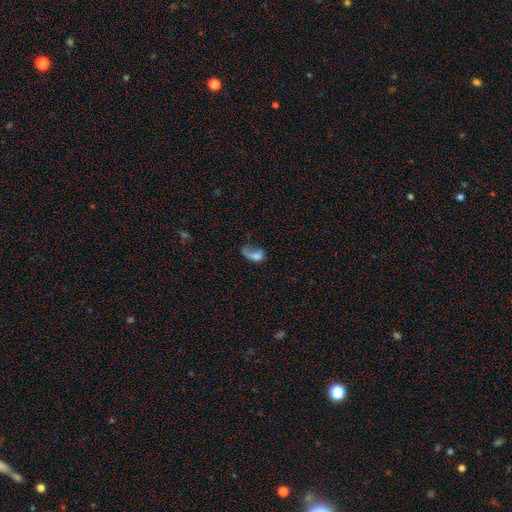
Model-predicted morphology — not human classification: This is possibly a smooth galaxy (57%). How rounded: likely in between (77%). Merging: possibly major disturbance (54%).